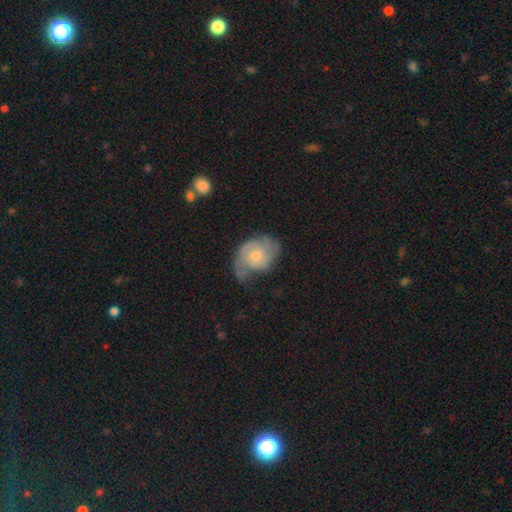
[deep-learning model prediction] This is likely a featured or disk galaxy (70%). It is clearly not viewed edge-on (97%). Bar: likely no (73%). Spiral arm pattern: clearly yes (89%). Spiral arm count: possibly 2 (54%). Spiral winding: marginally tight (42%). Central bulge: possibly moderate (50%). Merging: marginally none (41%).